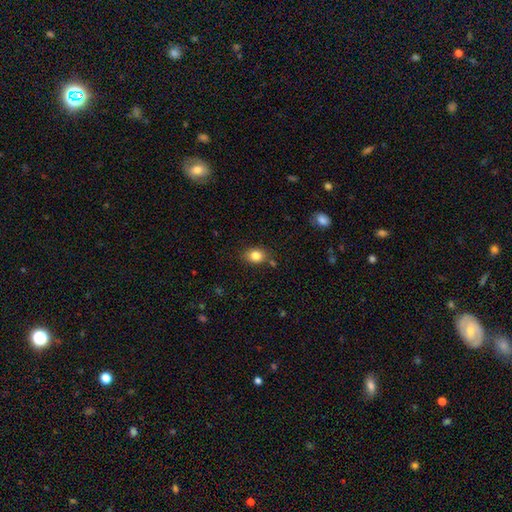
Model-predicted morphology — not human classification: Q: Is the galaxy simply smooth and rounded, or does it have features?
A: smooth — 83%.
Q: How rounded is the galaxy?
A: in between — 61%.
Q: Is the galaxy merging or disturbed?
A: none — 77%.